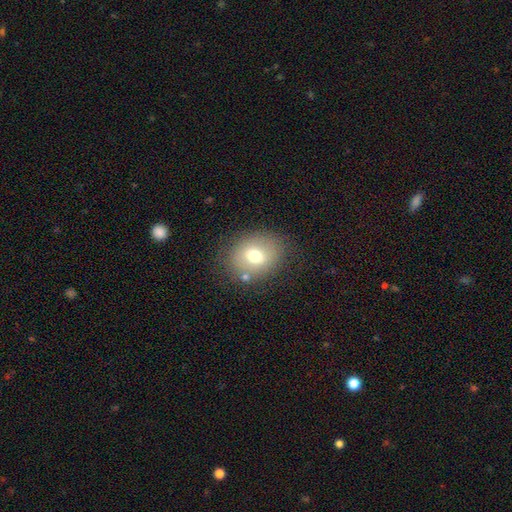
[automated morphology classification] smooth-or-featured: smooth: 60% | star or artifact: 21% | featured or disk: 18%
  how-rounded: round: 55% | in between: 44% | cigar-shaped: 1%
  merging: none: 84% | minor disturbance: 9% | major disturbance: 3% | merger: 3%